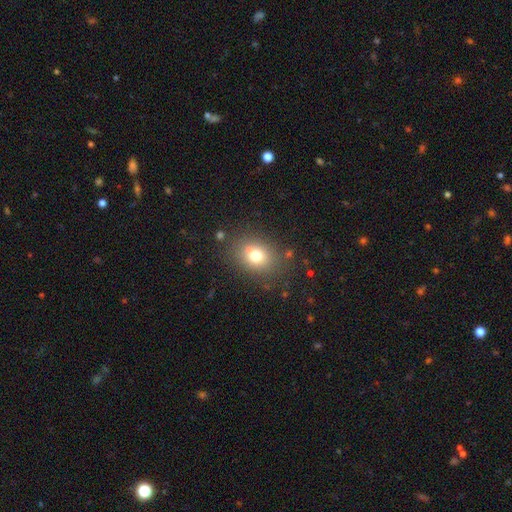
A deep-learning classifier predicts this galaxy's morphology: A smooth galaxy with no disk features (72%) that is round (50%). Merging: none (73%).